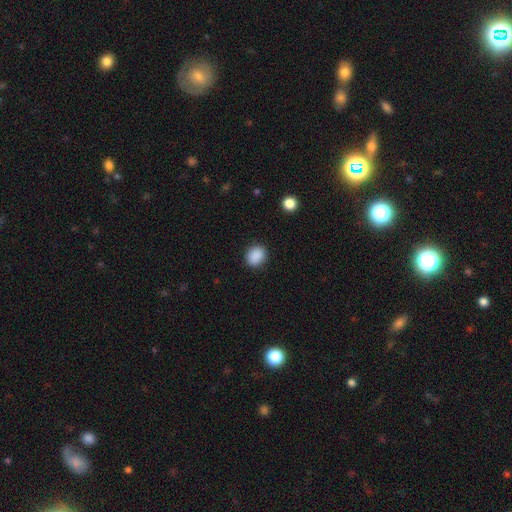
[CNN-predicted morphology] This is clearly a smooth galaxy (89%). How rounded: likely round (62%). Merging: clearly none (89%).